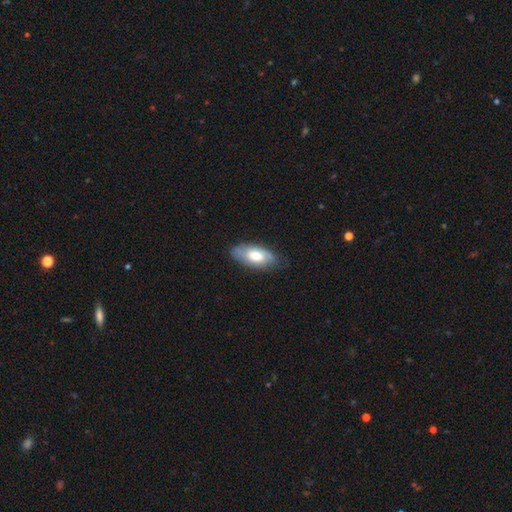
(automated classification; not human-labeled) smooth_or_featured: smooth (p=0.68) [alt: featured or disk p=0.26]
how_rounded: in between (p=0.90) [alt: cigar-shaped p=0.07]
merging: none (p=0.73) [alt: minor disturbance p=0.22]